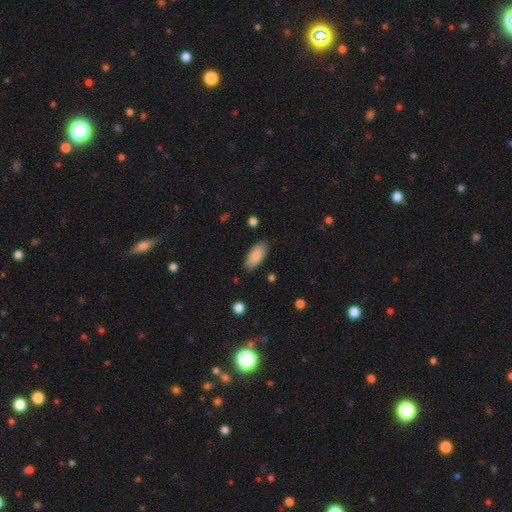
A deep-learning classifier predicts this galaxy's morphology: A smooth galaxy with no disk features (87%) that is in between round and cigar-shaped (87%). Merging: none (85%).